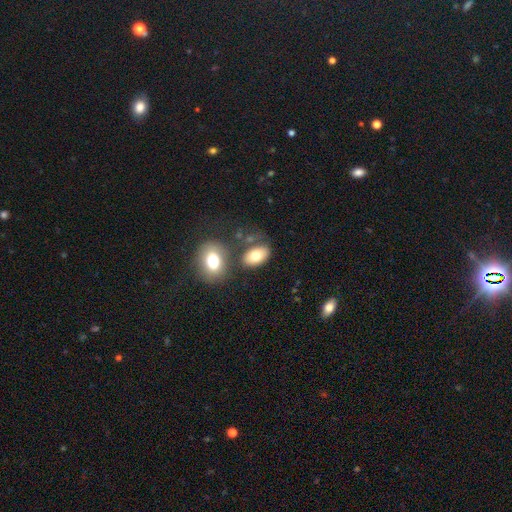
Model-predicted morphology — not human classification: Smooth or featured? smooth (74%)
How rounded? in between (88%)
Merging? none (65%)